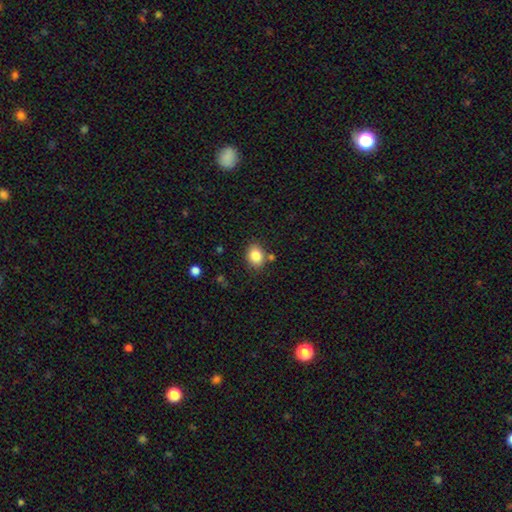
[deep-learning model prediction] Overall: smooth (84%). How rounded: in between (57%; round 42%). Merging: none (76%).